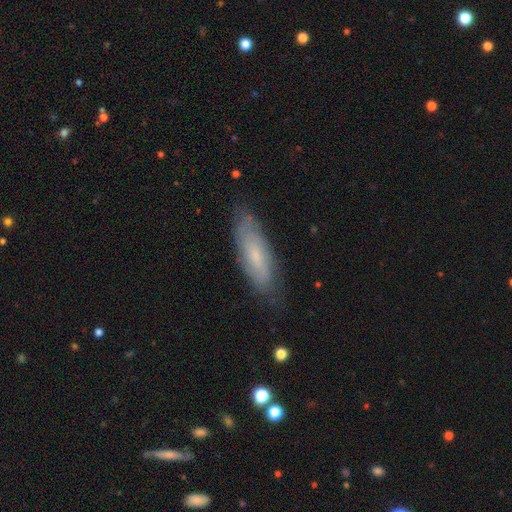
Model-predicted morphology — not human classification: type=smooth (47%); merging=none (76%).